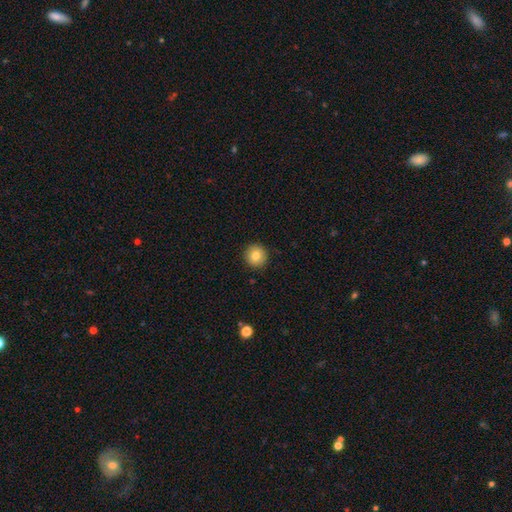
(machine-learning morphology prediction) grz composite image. It shows a smooth galaxy with no disk features (83%) that is round (94%). Merging: none (92%).